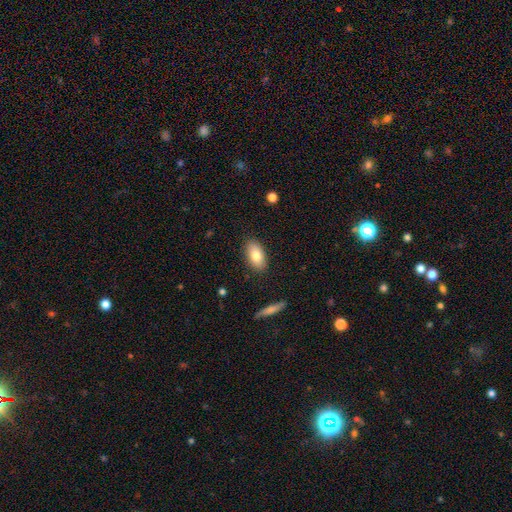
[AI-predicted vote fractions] smooth_or_featured: smooth (p=0.81) [alt: featured or disk p=0.13]
how_rounded: in between (p=0.92) [alt: cigar-shaped p=0.04]
merging: none (p=0.87) [alt: minor disturbance p=0.10]